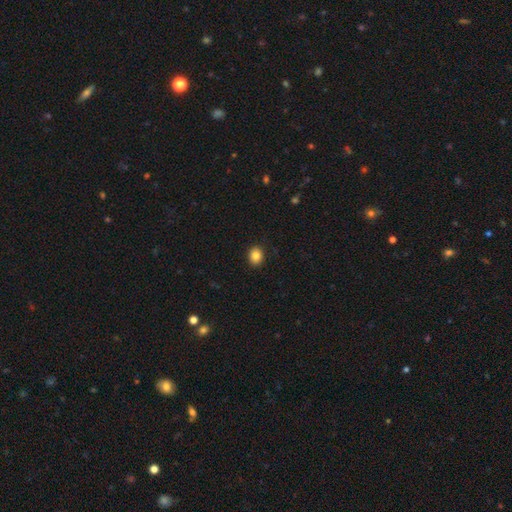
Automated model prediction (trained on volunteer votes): smooth-or-featured: smooth: 84% | star or artifact: 10% | featured or disk: 6%
  how-rounded: round: 56% | in between: 44% | cigar-shaped: 1%
  merging: none: 90% | minor disturbance: 7% | major disturbance: 2% | merger: 1%